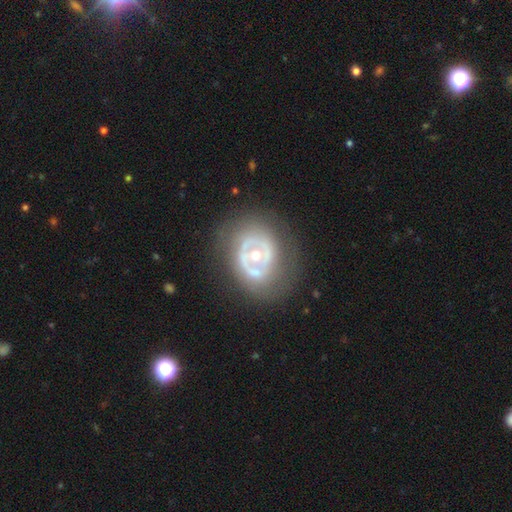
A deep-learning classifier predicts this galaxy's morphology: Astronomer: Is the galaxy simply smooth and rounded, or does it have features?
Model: featured or disk — 75%.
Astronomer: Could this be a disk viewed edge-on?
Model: no — 96%.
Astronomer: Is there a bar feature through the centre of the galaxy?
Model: no — 74%.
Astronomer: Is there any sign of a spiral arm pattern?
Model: no — 70%.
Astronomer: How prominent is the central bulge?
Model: moderate — 59% (runner-up: small, 36%).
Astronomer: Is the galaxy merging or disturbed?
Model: none — 62%.